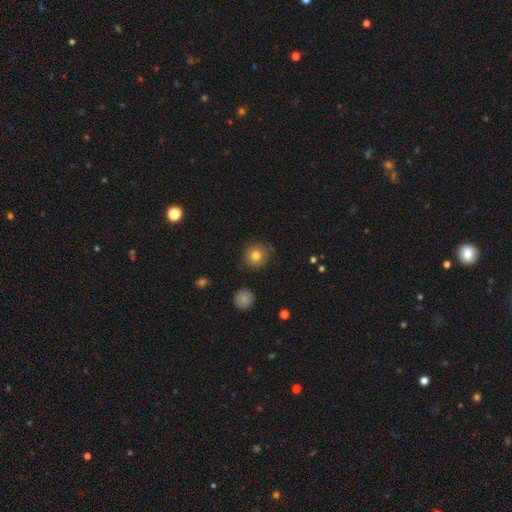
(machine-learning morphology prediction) A smooth galaxy with no disk features (81%) that is round (94%). Merging: none (88%).